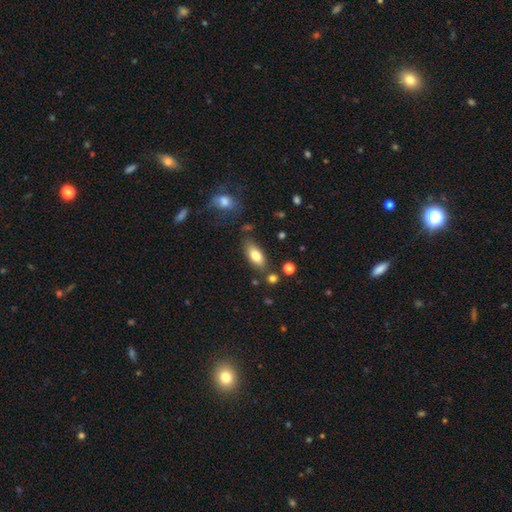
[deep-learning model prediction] smooth-or-featured: smooth: 77% | featured or disk: 15% | star or artifact: 7%
  how-rounded: in between: 85% | cigar-shaped: 11% | round: 4%
  merging: none: 77% | minor disturbance: 14% | merger: 5% | major disturbance: 3%